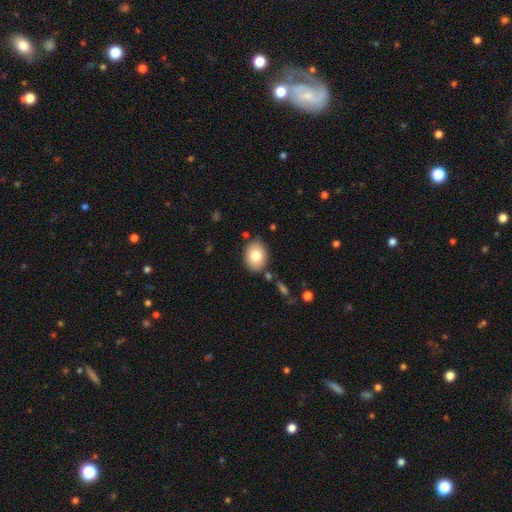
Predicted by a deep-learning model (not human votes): Smooth or featured?
  - smooth: 79% *
  - featured or disk: 13%
  - star or artifact: 8%
How rounded?
  - in between: 73% *
  - round: 26%
  - cigar-shaped: 1%
Merging?
  - none: 82% *
  - minor disturbance: 12%
  - merger: 4%
  - major disturbance: 3%